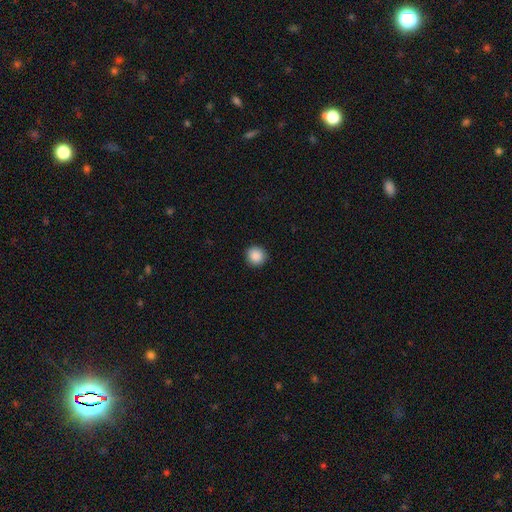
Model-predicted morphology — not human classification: smooth_or_featured: smooth (p=0.89) [alt: star or artifact p=0.09]
how_rounded: round (p=0.94) [alt: in between p=0.05]
merging: none (p=0.92) [alt: minor disturbance p=0.06]